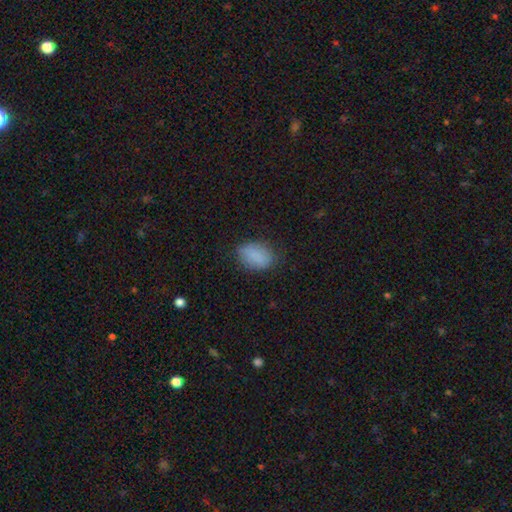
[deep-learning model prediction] Smooth or featured: smooth — 86% (star or artifact — 8%)
How rounded: in between — 84% (round — 15%)
Merging: none — 78% (minor disturbance — 17%)